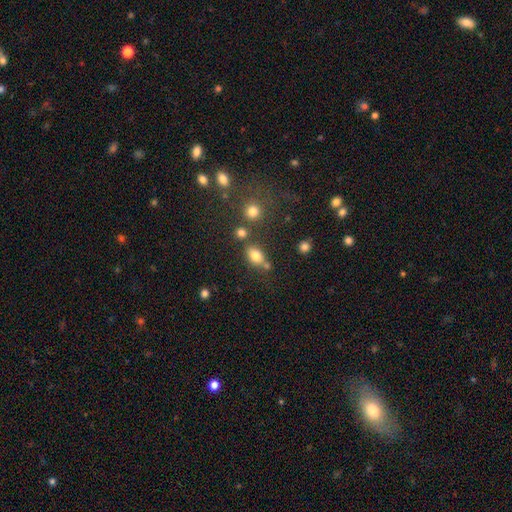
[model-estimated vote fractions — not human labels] Morphology: type=smooth (78%); roundness=in between (72%); merging=none (61%).